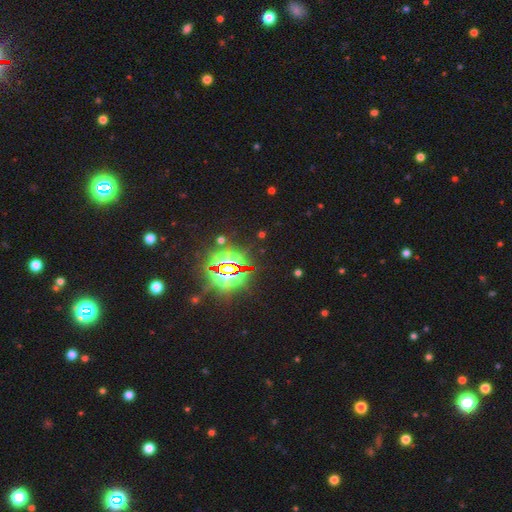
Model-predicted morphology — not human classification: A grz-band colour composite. It shows a star or artifact, not a galaxy (85%).